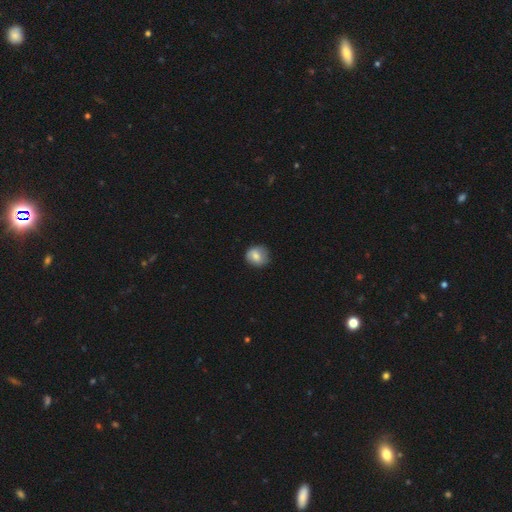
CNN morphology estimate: Smooth or featured?
  - smooth: 75% *
  - featured or disk: 16%
  - star or artifact: 8%
How rounded?
  - round: 80% *
  - in between: 19%
  - cigar-shaped: 1%
Merging?
  - none: 79% *
  - minor disturbance: 16%
  - major disturbance: 4%
  - merger: 1%